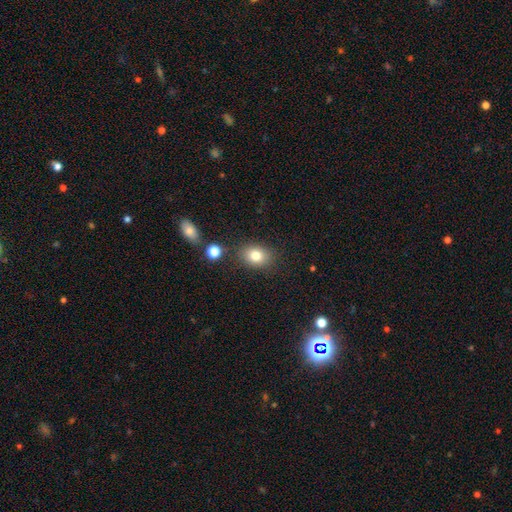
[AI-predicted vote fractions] This is clearly a smooth galaxy (80%). How rounded: likely in between (63%). Merging: clearly none (81%).